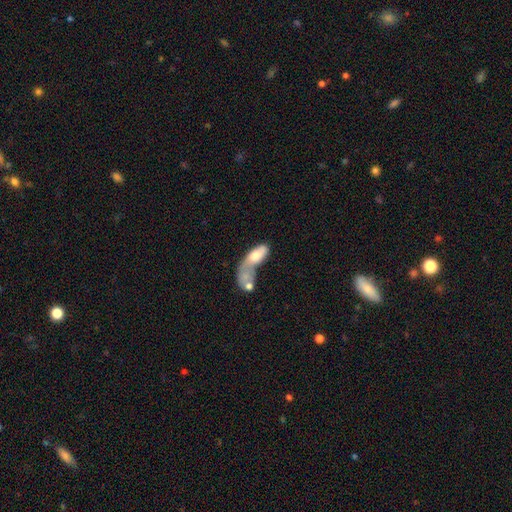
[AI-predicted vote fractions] Overall: smooth (61%; featured or disk 32%). How rounded: in between (74%). Merging: merger (56%; major disturbance 26%).